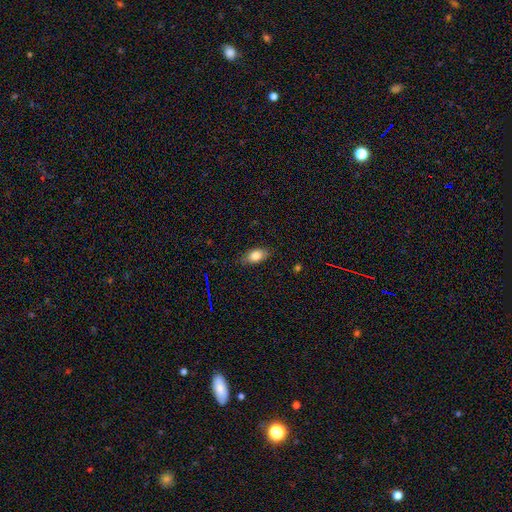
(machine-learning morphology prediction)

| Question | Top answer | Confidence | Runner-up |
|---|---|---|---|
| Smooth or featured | smooth | 81% | featured or disk (11%) |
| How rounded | in between | 89% | round (6%) |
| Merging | none | 81% | minor disturbance (15%) |